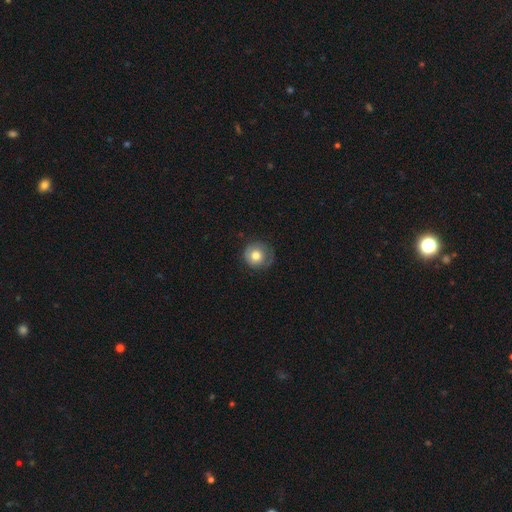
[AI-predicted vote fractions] Smooth or featured? smooth (71%)
How rounded? round (93%)
Merging? none (70%)